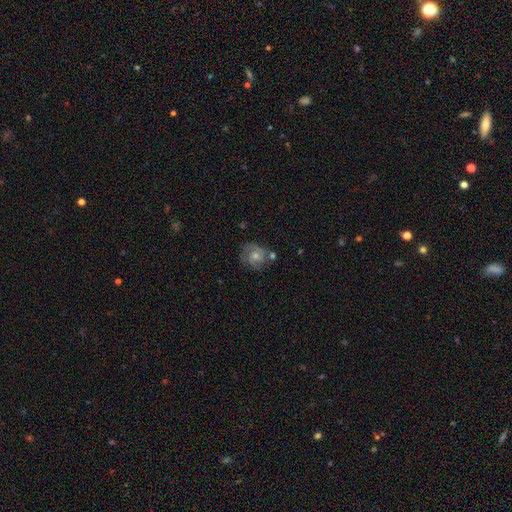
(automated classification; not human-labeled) Smooth or featured? featured or disk (68%)
Edge-on disk? no (97%)
Bar? no (69%)
Spiral arms? yes (89%)
Spiral winding? tight (53%)
Spiral arm count? 2 (53%)
Bulge size? moderate (60%)
Merging? none (71%)